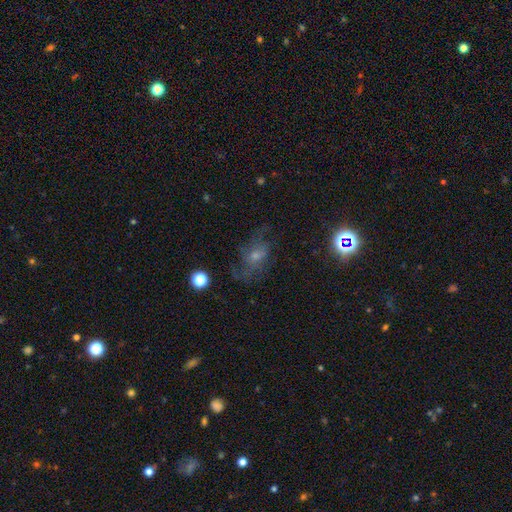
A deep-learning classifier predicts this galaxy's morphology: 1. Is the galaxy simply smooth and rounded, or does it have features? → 55% featured or disk, 23% smooth, 22% star or artifact.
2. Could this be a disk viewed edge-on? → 94% no, 6% yes.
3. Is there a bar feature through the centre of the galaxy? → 69% no, 26% weak, 5% strong.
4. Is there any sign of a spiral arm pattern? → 79% yes, 21% no.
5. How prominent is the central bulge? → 46% small, 43% moderate, 5% none, 5% large, 2% dominant.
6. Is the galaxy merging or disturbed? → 59% none, 20% minor disturbance, 19% major disturbance, 2% merger.